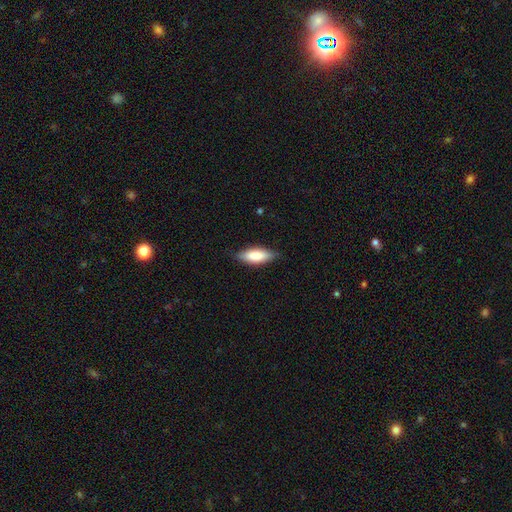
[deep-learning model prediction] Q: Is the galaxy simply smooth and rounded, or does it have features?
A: smooth — 80%.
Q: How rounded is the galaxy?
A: in between — 73%.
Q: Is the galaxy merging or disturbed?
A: none — 81%.